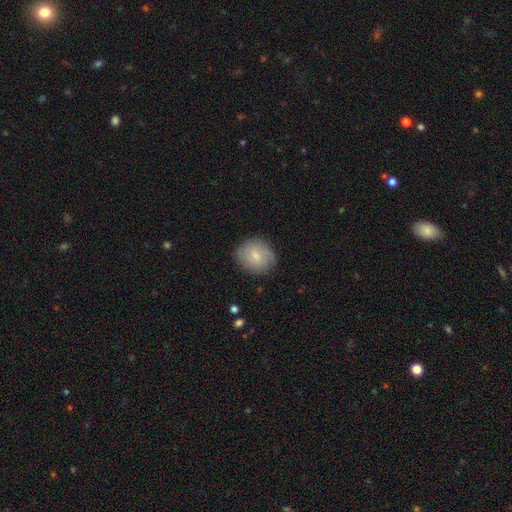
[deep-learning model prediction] This is likely a smooth galaxy (65%). How rounded: likely round (80%). Merging: clearly none (81%).